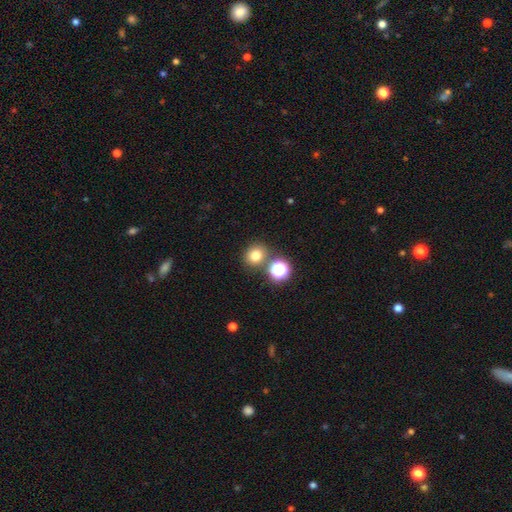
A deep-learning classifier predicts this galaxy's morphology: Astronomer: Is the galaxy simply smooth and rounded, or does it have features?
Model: smooth — 75%.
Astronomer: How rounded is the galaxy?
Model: round — 80%.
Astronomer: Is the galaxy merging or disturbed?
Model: none — 76%.